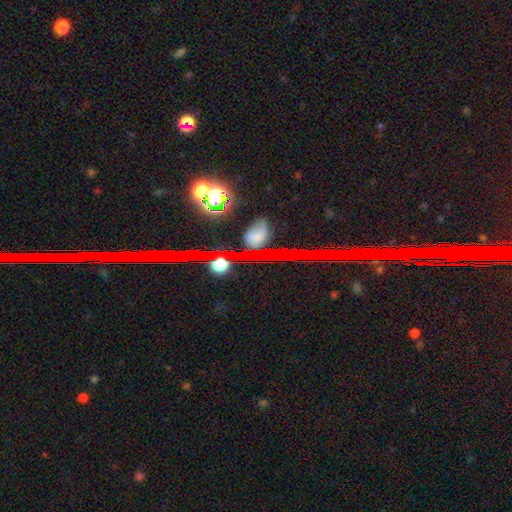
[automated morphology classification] Smooth or featured? Predicted: star or artifact (p=0.82).